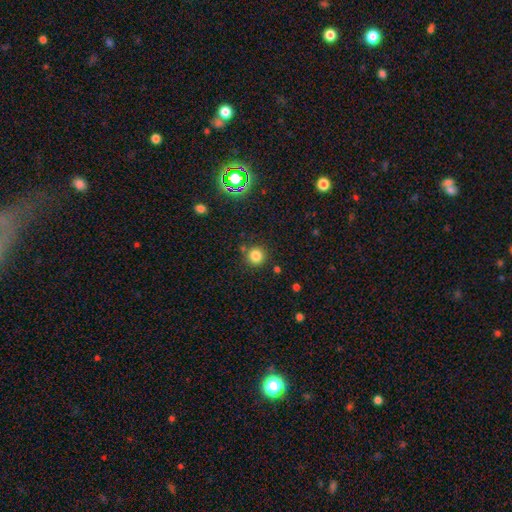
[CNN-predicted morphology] Q: Smooth or featured?
A: smooth (80%); runner-up: star or artifact (14%)
Q: How rounded?
A: round (94%); runner-up: in between (5%)
Q: Merging?
A: none (83%); runner-up: minor disturbance (8%)